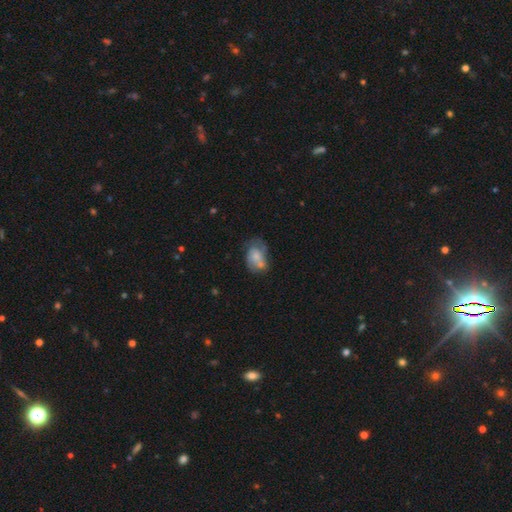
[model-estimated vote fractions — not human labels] Smooth or featured? smooth (57%)
How rounded? in between (81%)
Merging? none (33%)